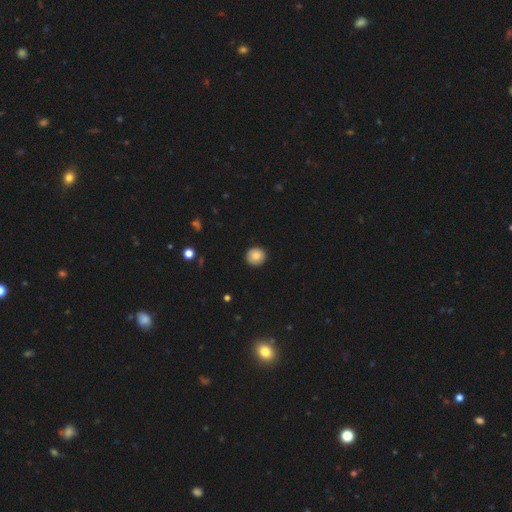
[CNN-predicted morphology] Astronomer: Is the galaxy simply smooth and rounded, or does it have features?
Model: smooth — 83%.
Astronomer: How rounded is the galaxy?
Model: round — 93%.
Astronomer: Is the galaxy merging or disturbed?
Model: none — 91%.